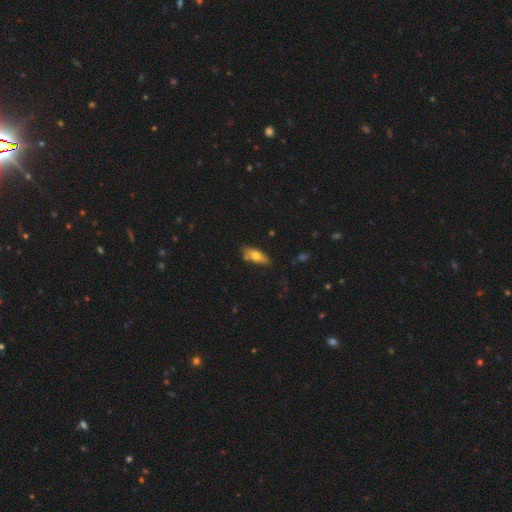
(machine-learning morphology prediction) Smooth or featured? smooth (67%)
How rounded? in between (74%)
Merging? none (76%)